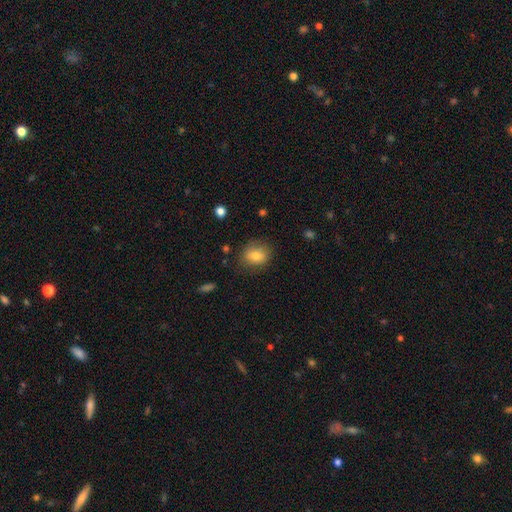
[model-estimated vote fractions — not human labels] smooth-or-featured: smooth: 80% | featured or disk: 10% | star or artifact: 9%
  how-rounded: round: 56% | in between: 43% | cigar-shaped: 1%
  merging: none: 79% | minor disturbance: 15% | major disturbance: 4% | merger: 1%